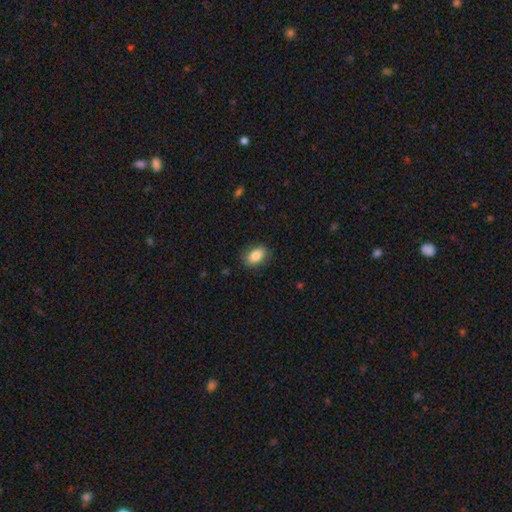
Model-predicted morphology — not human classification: This is clearly a smooth galaxy (84%). How rounded: clearly in between (87%). Merging: clearly none (82%).